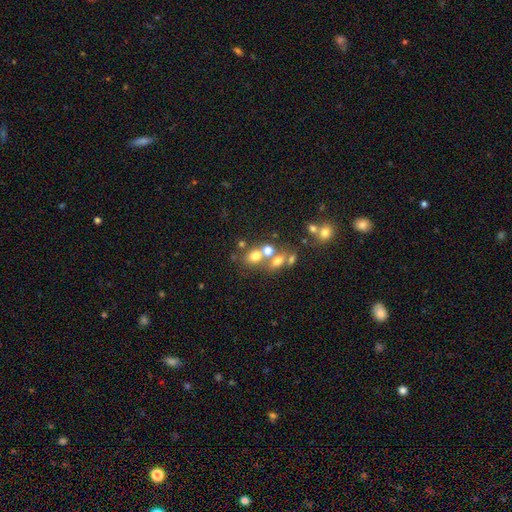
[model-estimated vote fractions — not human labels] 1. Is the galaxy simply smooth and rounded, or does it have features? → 64% smooth, 19% star or artifact, 17% featured or disk.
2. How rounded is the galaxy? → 61% round, 38% in between, 2% cigar-shaped.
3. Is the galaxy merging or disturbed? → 42% none (tied), 42% merger (tied), 10% minor disturbance, 6% major disturbance.